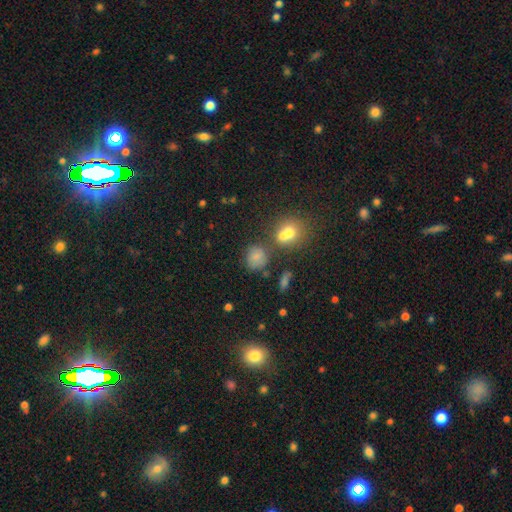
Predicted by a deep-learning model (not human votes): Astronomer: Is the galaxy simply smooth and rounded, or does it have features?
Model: smooth — 73%.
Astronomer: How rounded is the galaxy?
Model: round — 75%.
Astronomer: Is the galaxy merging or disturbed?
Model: none — 63%.